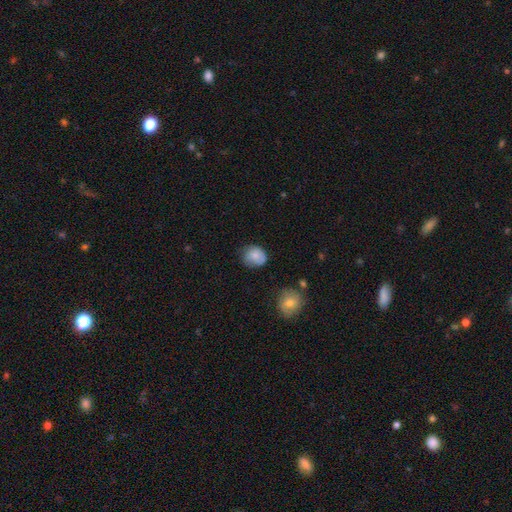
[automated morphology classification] Smooth or featured? Predicted: smooth (p=0.75). How rounded? Predicted: round (p=0.73). Merging? Predicted: none (p=0.61).